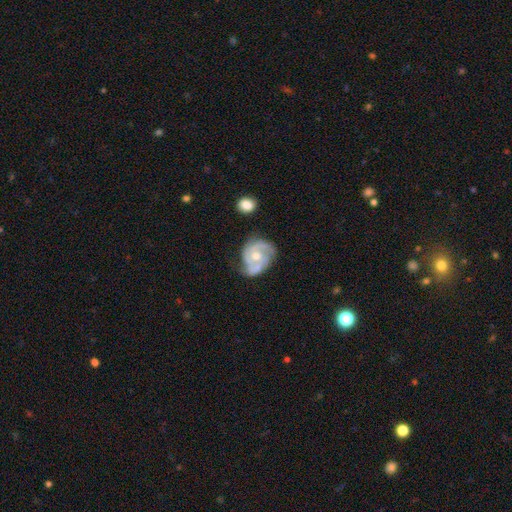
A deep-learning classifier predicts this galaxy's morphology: Smooth or featured? featured or disk (77%)
Edge-on disk? no (98%)
Bar? no (73%)
Spiral arms? yes (86%)
Spiral winding? medium (43%)
Spiral arm count? 2 (49%)
Bulge size? moderate (66%)
Merging? none (49%)